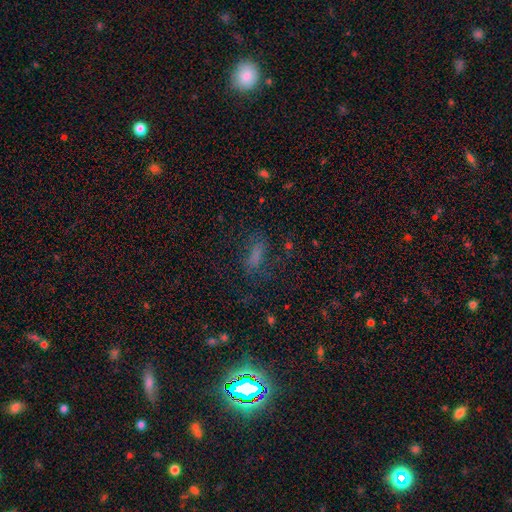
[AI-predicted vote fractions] Smooth or featured: smooth — 56% (star or artifact — 28%)
How rounded: in between — 56% (cigar-shaped — 38%)
Merging: none — 60% (minor disturbance — 20%)